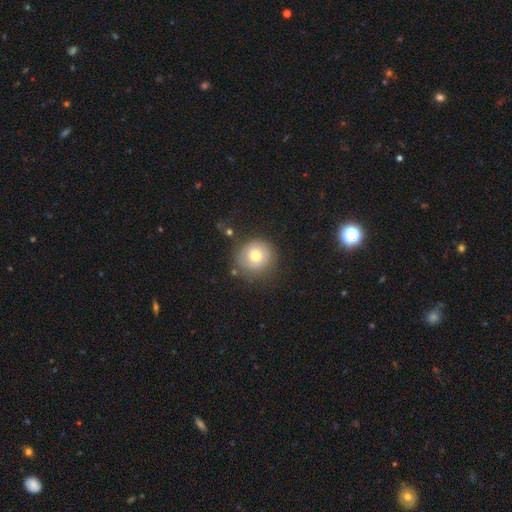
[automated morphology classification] smooth 64%, featured or disk 28%, star or artifact 9%. Down the decision tree: how rounded — round (92%); merging — none (75%).